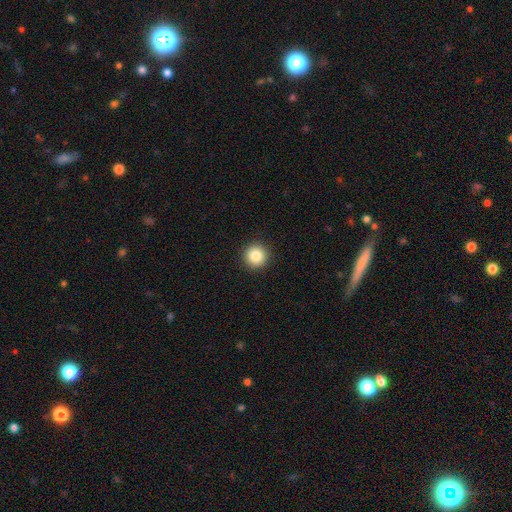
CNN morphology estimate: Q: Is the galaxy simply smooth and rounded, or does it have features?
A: smooth — 85%.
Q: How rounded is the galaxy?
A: round — 96%.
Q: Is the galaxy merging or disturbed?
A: none — 93%.